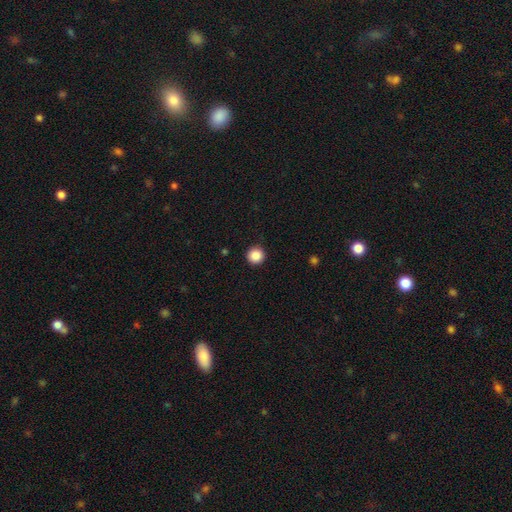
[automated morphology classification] Q: Smooth or featured?
A: smooth (87%); runner-up: star or artifact (10%)
Q: How rounded?
A: round (96%); runner-up: in between (3%)
Q: Merging?
A: none (93%); runner-up: minor disturbance (5%)